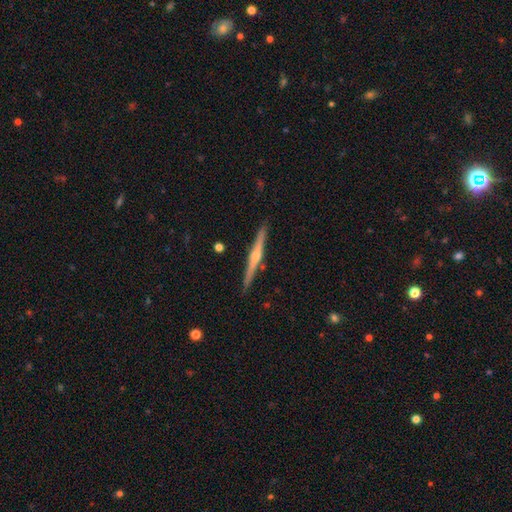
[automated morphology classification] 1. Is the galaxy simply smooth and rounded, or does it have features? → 74% featured or disk, 20% smooth, 6% star or artifact.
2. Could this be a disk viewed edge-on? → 98% yes, 2% no.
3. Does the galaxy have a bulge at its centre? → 81% rounded, 12% none, 6% boxy.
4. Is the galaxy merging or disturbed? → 90% none, 7% minor disturbance, 2% merger, 1% major disturbance.